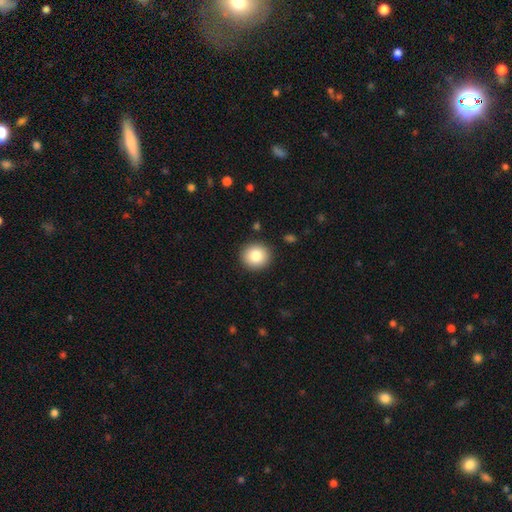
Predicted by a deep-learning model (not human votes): smooth 83%, star or artifact 9%, featured or disk 8%. Down the decision tree: how rounded — round (91%); merging — none (91%).